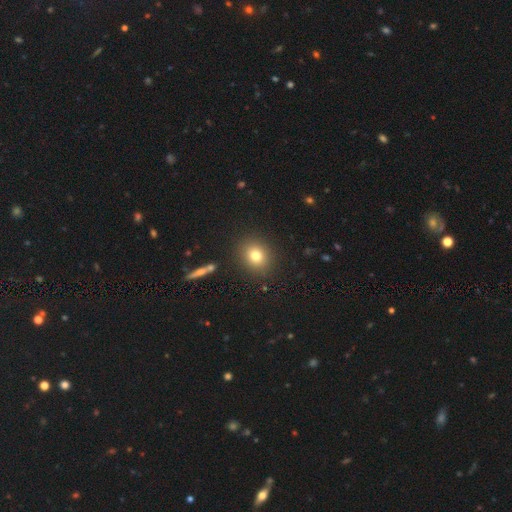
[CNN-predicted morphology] smooth 77%, star or artifact 13%, featured or disk 10%. Down the decision tree: how rounded — round (73%); merging — none (88%).